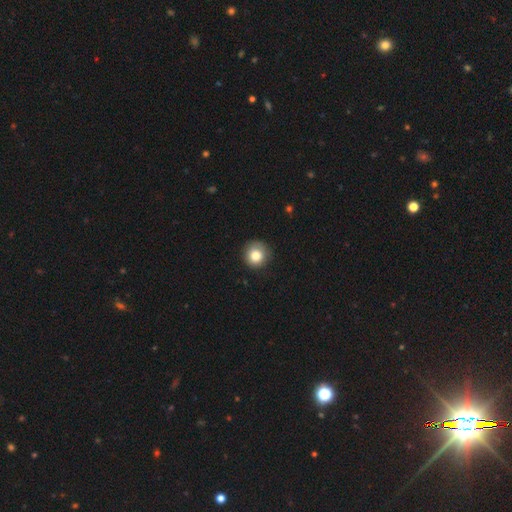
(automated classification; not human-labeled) smooth_or_featured: smooth (p=0.81) [alt: star or artifact p=0.10]
how_rounded: round (p=0.93) [alt: in between p=0.06]
merging: none (p=0.86) [alt: minor disturbance p=0.10]